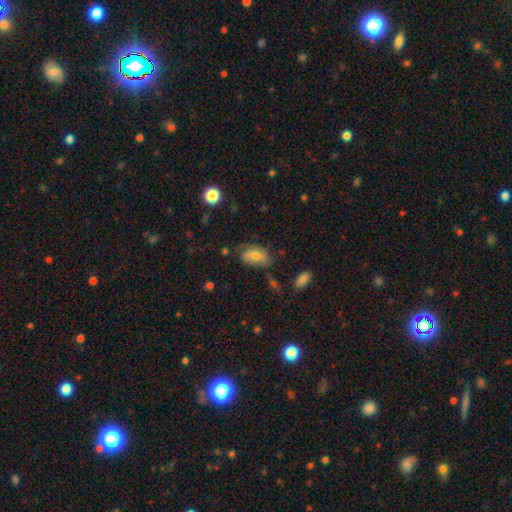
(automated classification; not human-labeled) Overall: smooth (58%; featured or disk 33%). How rounded: in between (90%). Merging: none (55%; minor disturbance 29%).